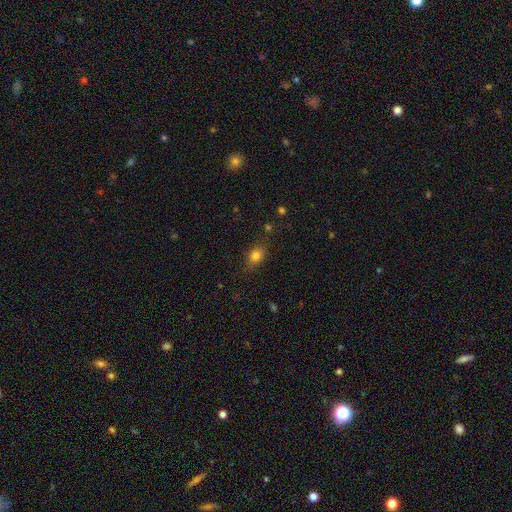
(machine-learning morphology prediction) Smooth or featured: smooth — 77% (star or artifact — 13%)
How rounded: in between — 63% (round — 32%)
Merging: none — 77% (minor disturbance — 16%)